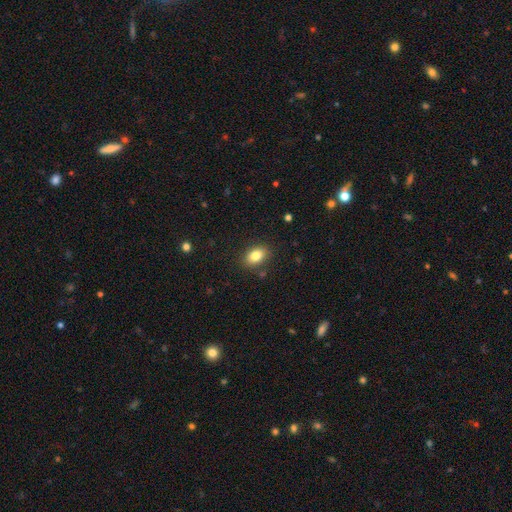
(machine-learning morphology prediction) smooth 83%, star or artifact 9%, featured or disk 8%. Down the decision tree: how rounded — in between (81%); merging — none (86%).